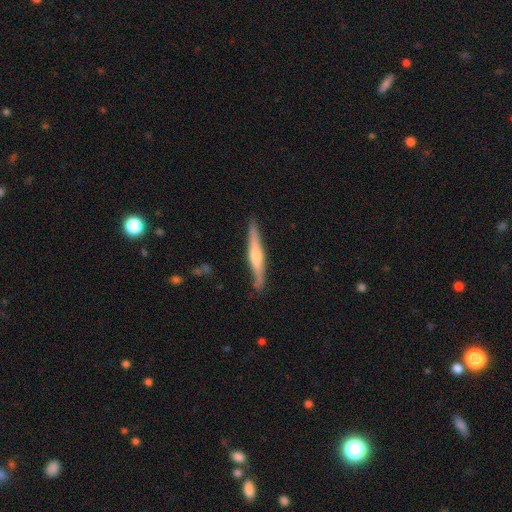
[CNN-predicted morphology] smooth_or_featured: featured or disk (p=0.67) [alt: smooth p=0.28]
disk_edge_on: yes (p=0.96) [alt: no p=0.04]
edge_on_bulge: rounded (p=0.73) [alt: boxy p=0.14]
merging: none (p=0.87) [alt: minor disturbance p=0.10]